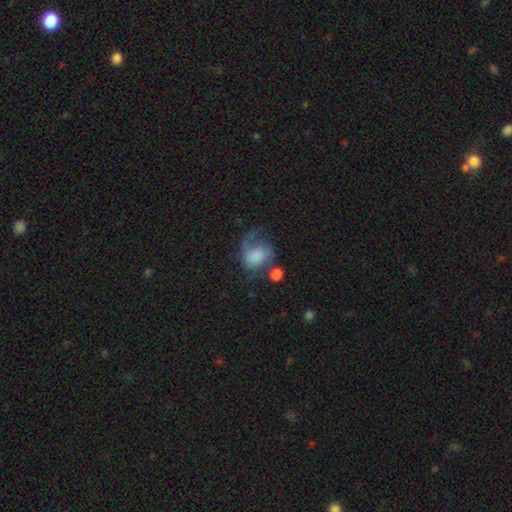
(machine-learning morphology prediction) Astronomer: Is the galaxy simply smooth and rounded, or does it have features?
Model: smooth — 56% (runner-up: featured or disk, 35%).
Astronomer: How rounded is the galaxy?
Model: round — 55% (runner-up: in between, 44%).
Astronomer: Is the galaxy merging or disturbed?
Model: major disturbance — 35% (runner-up: none, 31%).